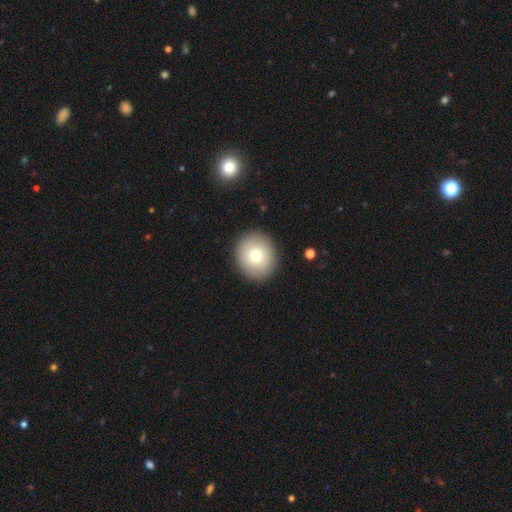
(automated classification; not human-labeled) Overall: smooth (77%). How rounded: round (76%). Merging: none (90%).